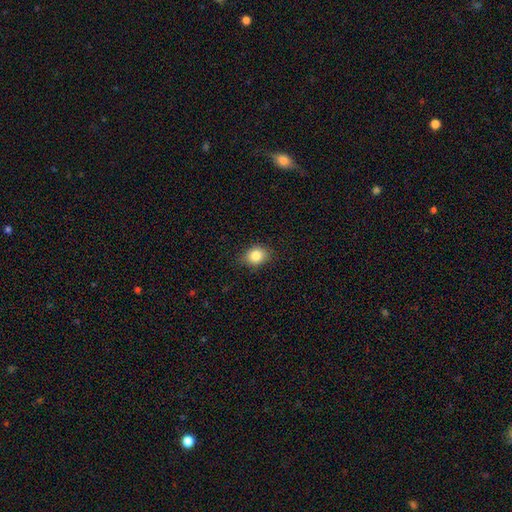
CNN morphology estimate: Smooth or featured? smooth (84%)
How rounded? round (53%)
Merging? none (82%)